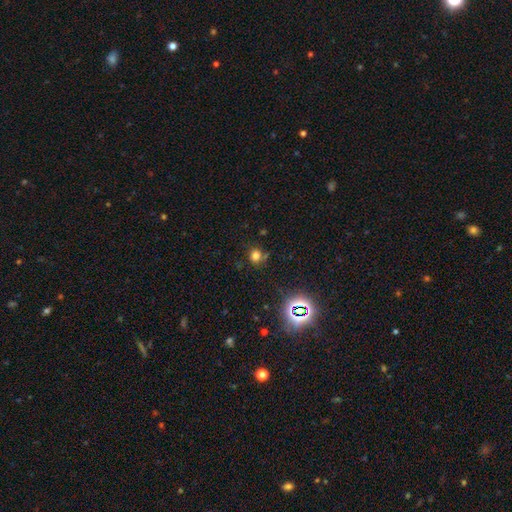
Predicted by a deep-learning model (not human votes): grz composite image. It shows a smooth galaxy with no disk features (69%) that is round (79%). Merging: none (71%).